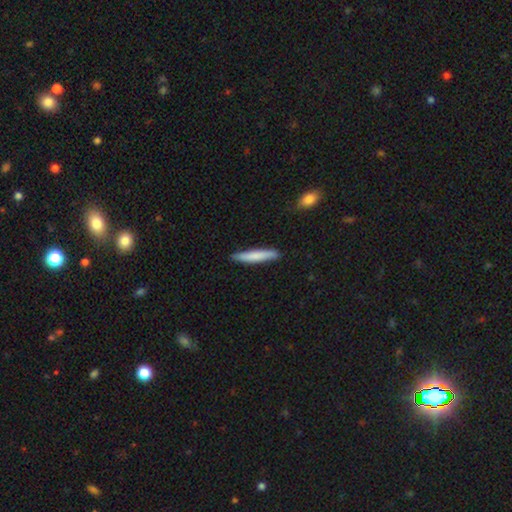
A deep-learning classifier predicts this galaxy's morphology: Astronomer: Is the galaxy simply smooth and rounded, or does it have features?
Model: smooth — 76%.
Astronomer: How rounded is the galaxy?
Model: cigar-shaped — 92%.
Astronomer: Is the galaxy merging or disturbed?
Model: none — 88%.